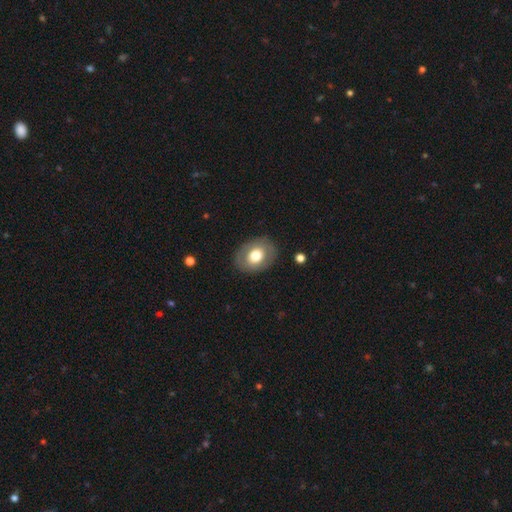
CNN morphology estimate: Smooth or featured? smooth (66%)
How rounded? in between (63%)
Merging? none (85%)